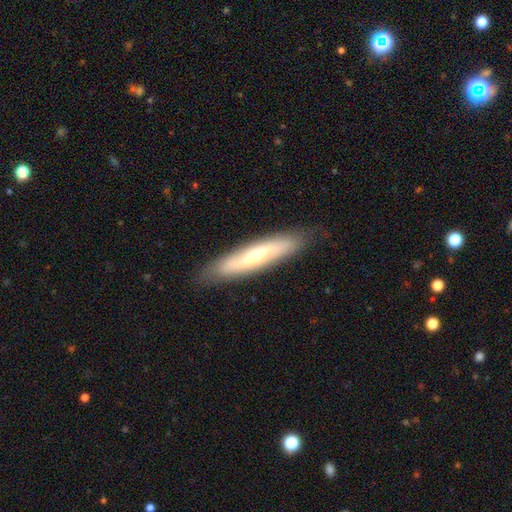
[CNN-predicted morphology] smooth-or-featured: featured or disk: 49% | smooth: 44% | star or artifact: 7%
  merging: none: 87% | minor disturbance: 10% | major disturbance: 2% | merger: 1%